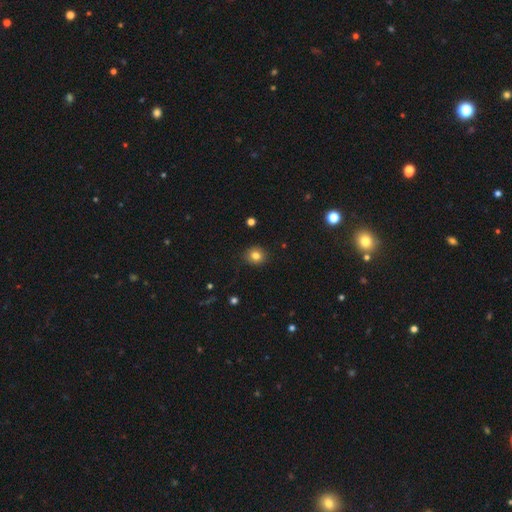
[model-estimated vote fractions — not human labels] smooth_or_featured: smooth (p=0.81) [alt: star or artifact p=0.12]
how_rounded: round (p=0.87) [alt: in between p=0.12]
merging: none (p=0.91) [alt: minor disturbance p=0.07]